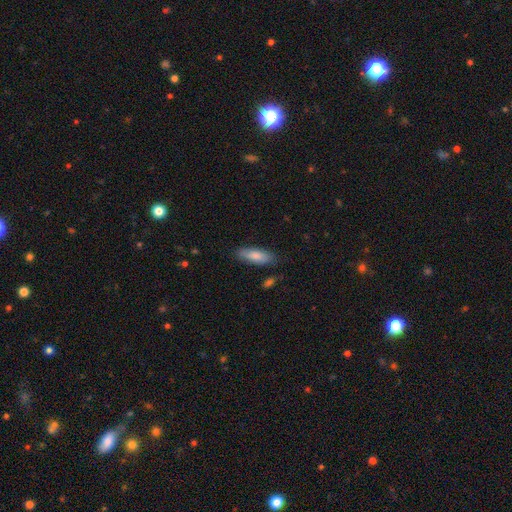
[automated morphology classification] smooth 81%, featured or disk 13%, star or artifact 6%. Down the decision tree: how rounded — in between (58%); merging — none (79%).